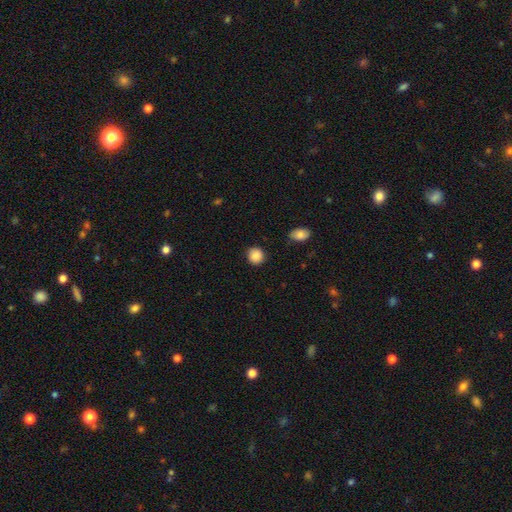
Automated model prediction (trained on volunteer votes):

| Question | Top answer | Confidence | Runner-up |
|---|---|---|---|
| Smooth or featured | smooth | 89% | star or artifact (8%) |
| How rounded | round | 87% | in between (12%) |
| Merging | none | 88% | minor disturbance (8%) |